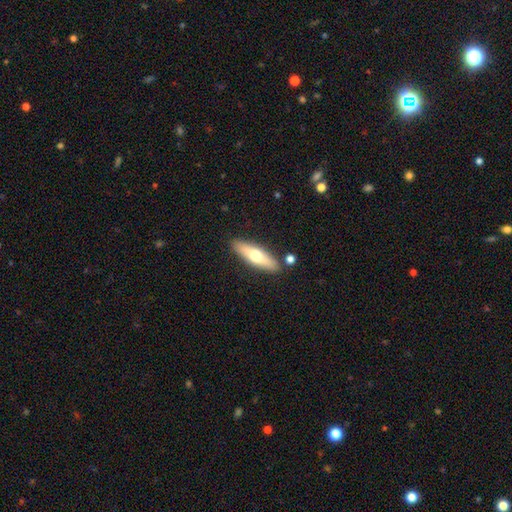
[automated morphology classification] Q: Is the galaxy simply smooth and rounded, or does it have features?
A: smooth — 57%.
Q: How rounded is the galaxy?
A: cigar-shaped — 62%.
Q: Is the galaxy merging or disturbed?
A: none — 84%.